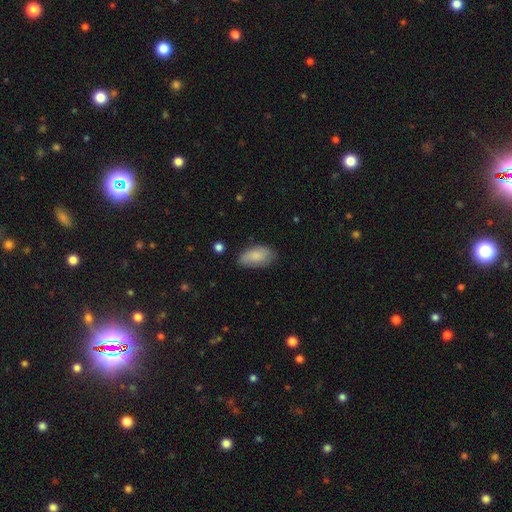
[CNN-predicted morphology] type=smooth (81%); roundness=in between (93%); merging=none (69%).